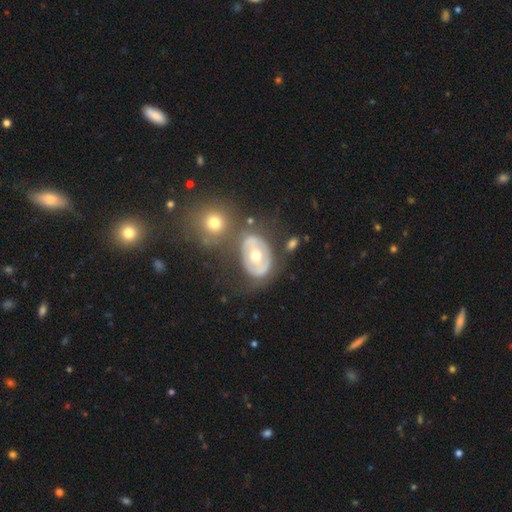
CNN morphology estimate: A featured or disk galaxy (63%) with no bar (69%), no spiral arms (67%) and a moderate central bulge (74%).

Vote fractions:
- Smooth or featured? featured or disk: 63% / smooth: 31% / star or artifact: 6%
- Edge-on disk? no: 95% / yes: 5%
- Bar? no: 69% / weak: 19% / strong: 12%
- Spiral arms? no: 67% / yes: 33%
- Bulge size? moderate: 74% / small: 19% / large: 4% / none: 1% / dominant: 1%
- Merging? none: 53% / minor disturbance: 19% / merger: 15% / major disturbance: 13%